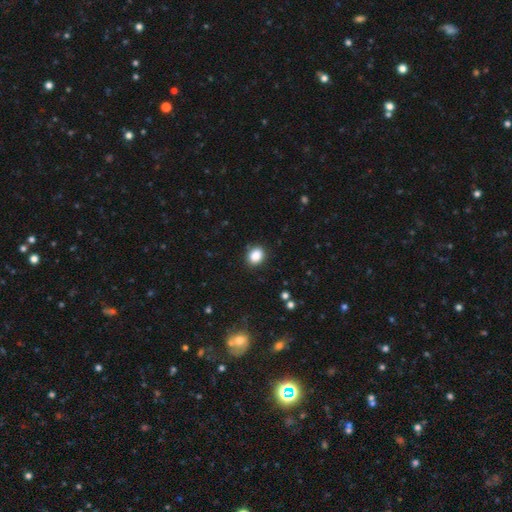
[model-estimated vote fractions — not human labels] Smooth or featured?
  - smooth: 88% *
  - star or artifact: 9%
  - featured or disk: 3%
How rounded?
  - round: 51% *
  - in between: 48%
  - cigar-shaped: 1%
Merging?
  - none: 88% *
  - minor disturbance: 8%
  - major disturbance: 2%
  - merger: 1%